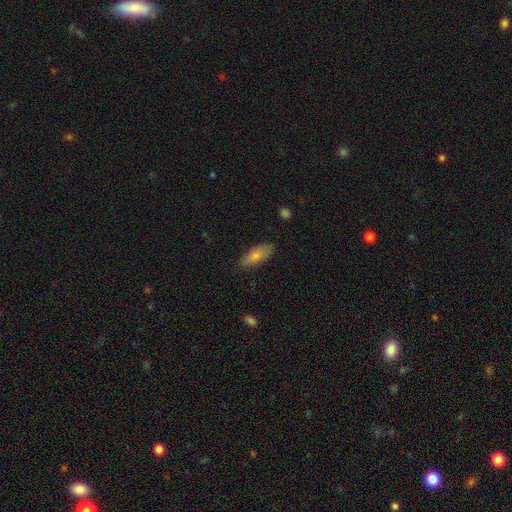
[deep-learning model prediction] Smooth or featured?
  - smooth: 69% *
  - featured or disk: 23%
  - star or artifact: 8%
How rounded?
  - in between: 66% *
  - cigar-shaped: 31%
  - round: 3%
Merging?
  - none: 82% *
  - minor disturbance: 14%
  - major disturbance: 2%
  - merger: 1%